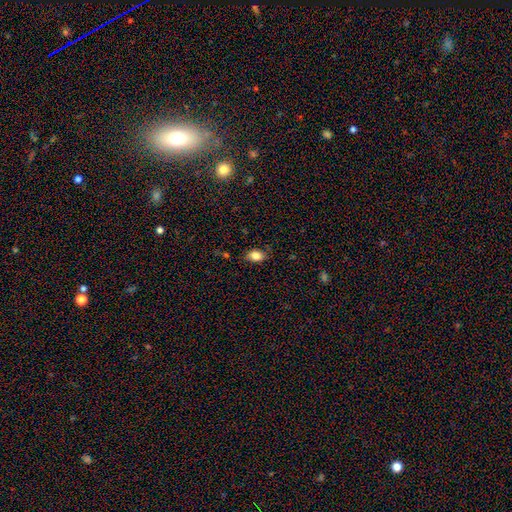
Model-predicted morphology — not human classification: type=smooth (83%); roundness=in between (84%); merging=none (78%).